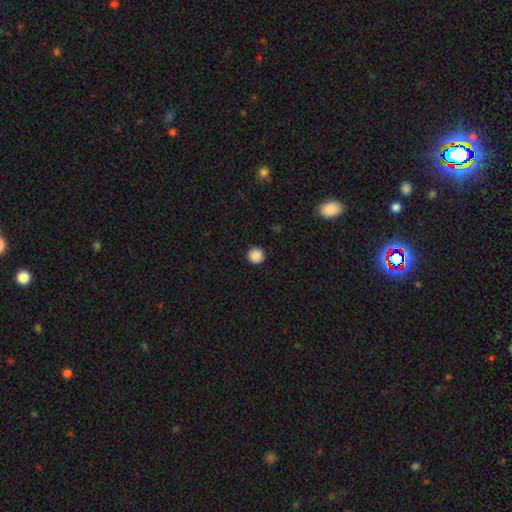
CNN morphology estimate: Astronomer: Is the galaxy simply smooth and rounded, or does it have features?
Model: smooth — 88%.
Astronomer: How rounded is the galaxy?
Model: round — 95%.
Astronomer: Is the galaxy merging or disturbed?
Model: none — 93%.